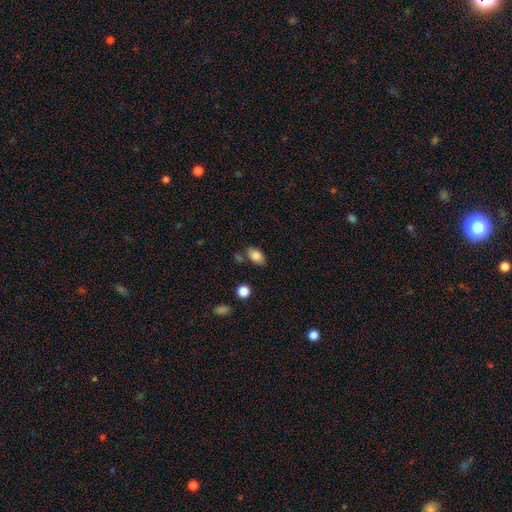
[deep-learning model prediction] Morphology: type=smooth (84%); roundness=in between (89%); merging=none (74%).